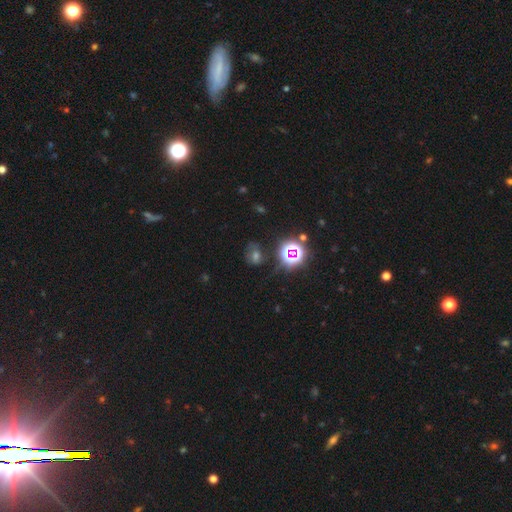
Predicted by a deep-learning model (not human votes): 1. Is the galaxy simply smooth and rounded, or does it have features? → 46% star or artifact, 37% smooth, 18% featured or disk.